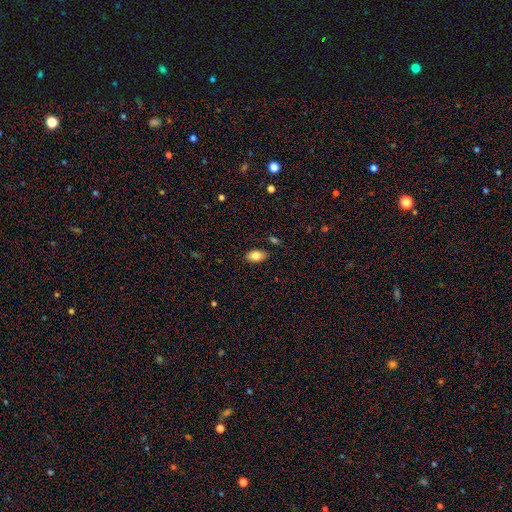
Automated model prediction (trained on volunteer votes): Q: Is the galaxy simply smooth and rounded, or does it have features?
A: smooth — 81%.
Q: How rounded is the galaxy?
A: in between — 91%.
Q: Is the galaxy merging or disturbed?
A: none — 85%.